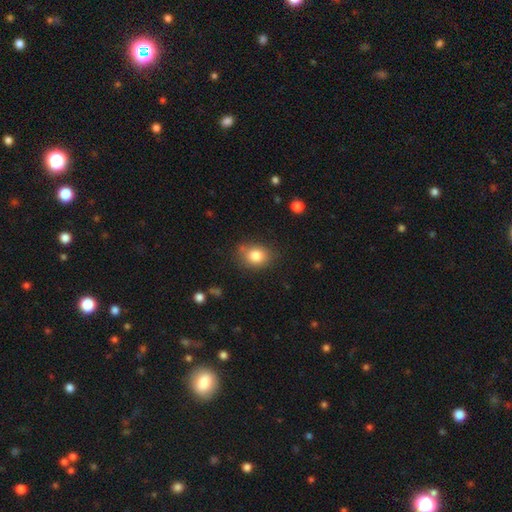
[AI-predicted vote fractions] Overall: smooth (82%). How rounded: in between (50%; round 49%). Merging: none (77%).